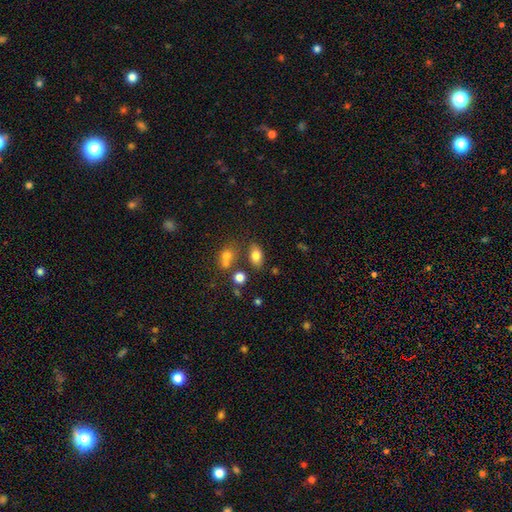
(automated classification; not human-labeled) This is likely a smooth galaxy (77%). How rounded: clearly in between (85%). Merging: likely none (71%).